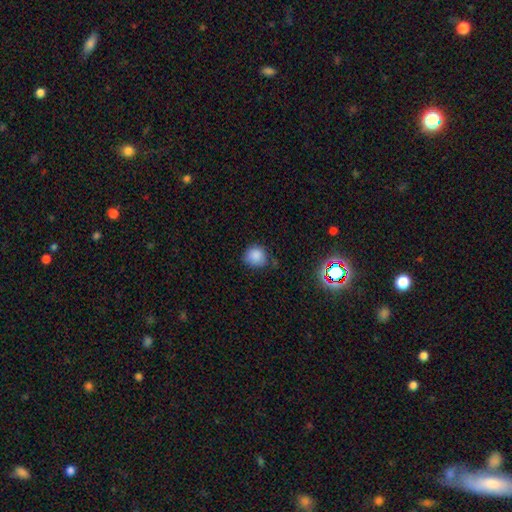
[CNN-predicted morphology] A smooth galaxy with no disk features (83%) that is round (83%). Merging: none (68%).